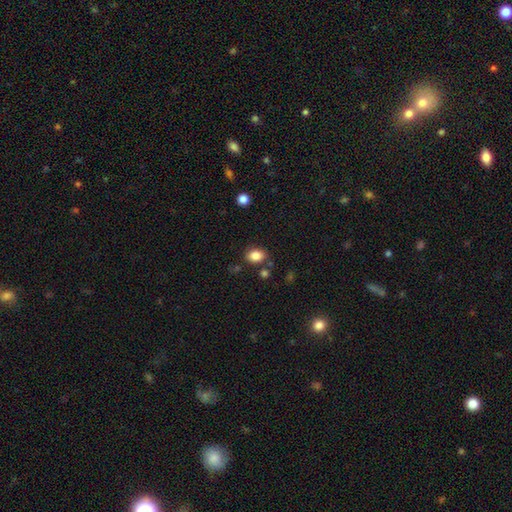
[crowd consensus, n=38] This appears to be a smooth galaxy with no disk features (92%) that is in between round and cigar-shaped (69%). Merging: none (81%).